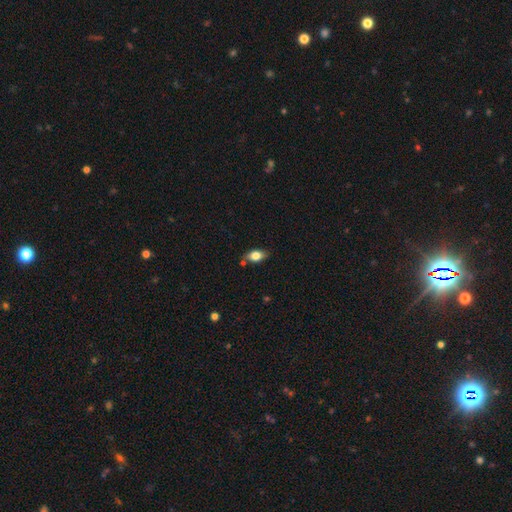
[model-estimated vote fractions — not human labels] Overall: smooth (79%). How rounded: in between (87%). Merging: none (76%).